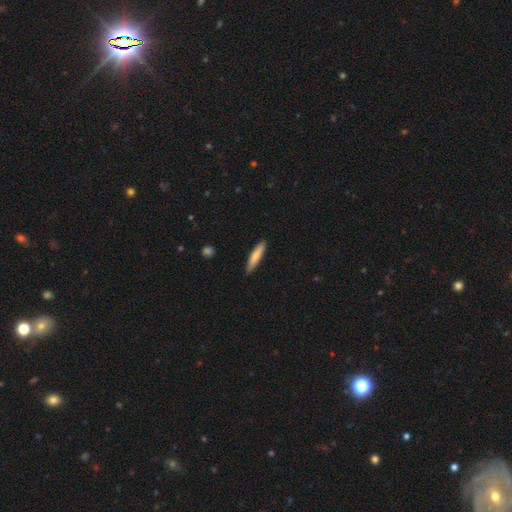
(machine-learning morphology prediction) Smooth or featured?
  - smooth: 80% *
  - featured or disk: 15%
  - star or artifact: 5%
How rounded?
  - cigar-shaped: 85% *
  - in between: 14%
  - round: 1%
Merging?
  - none: 87% *
  - minor disturbance: 11%
  - major disturbance: 2%
  - merger: 1%